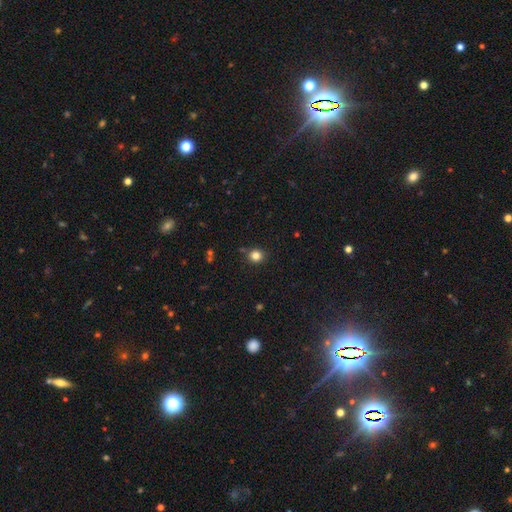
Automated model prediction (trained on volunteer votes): Overall: smooth (82%). How rounded: round (86%). Merging: none (86%).